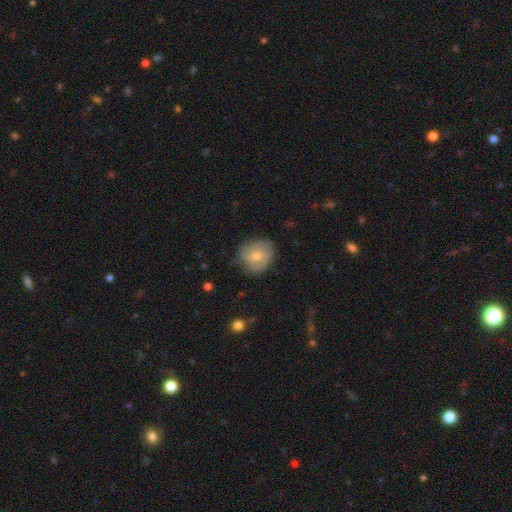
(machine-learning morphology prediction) This appears to be a featured or disk galaxy (46%). Merging: none (68%).